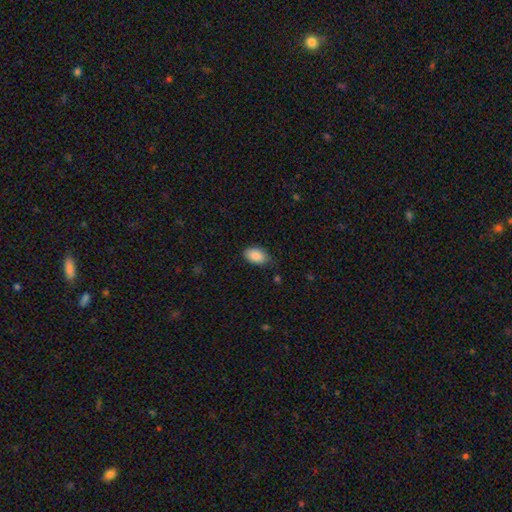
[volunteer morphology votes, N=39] Q: Smooth or featured?
A: smooth (95%); runner-up: featured or disk (5%)
Q: How rounded?
A: in between (95%); runner-up: round (3%)
Q: Merging?
A: none (67%); runner-up: minor disturbance (28%)